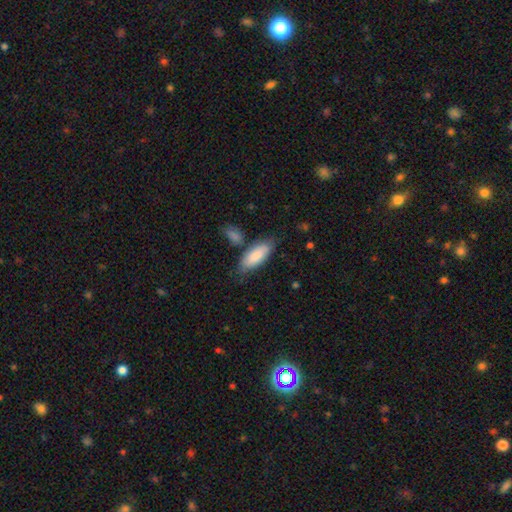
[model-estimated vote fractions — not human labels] A smooth galaxy with no disk features (84%) that is in between round and cigar-shaped (77%). Merging: none (70%).